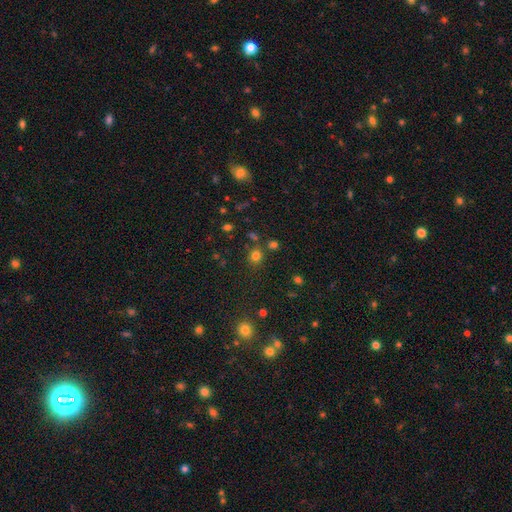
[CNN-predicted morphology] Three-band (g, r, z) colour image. It shows a smooth galaxy with no disk features (73%) that is round (73%). Merging: none (75%).